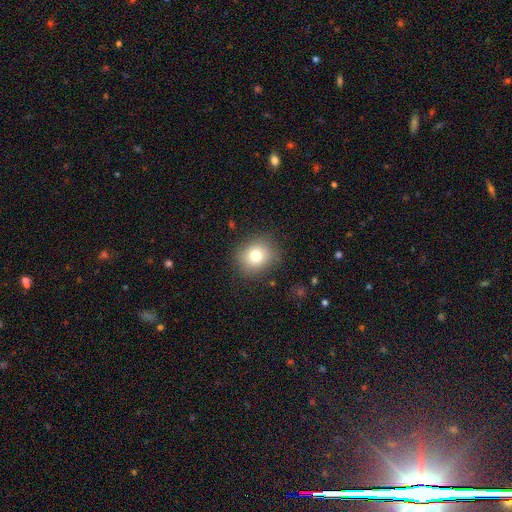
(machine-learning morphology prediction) Smooth or featured? smooth (76%)
How rounded? round (76%)
Merging? none (85%)